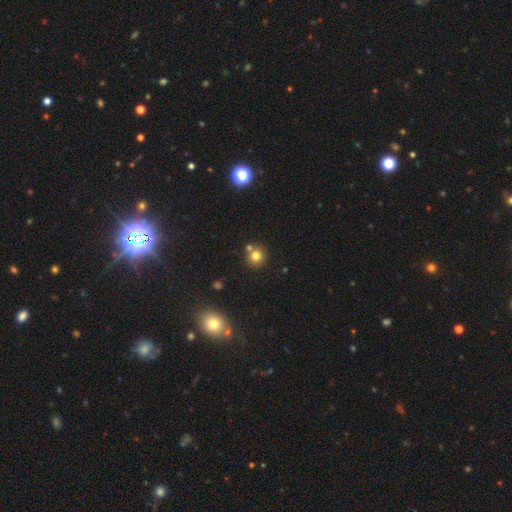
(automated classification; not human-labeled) Smooth or featured? Predicted: smooth (p=0.76). How rounded? Predicted: round (p=0.89). Merging? Predicted: none (p=0.67).